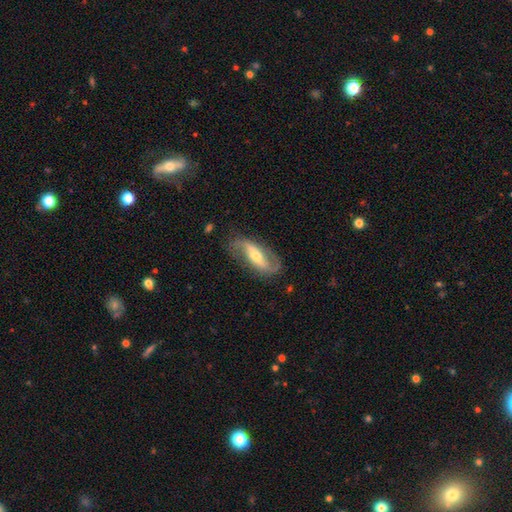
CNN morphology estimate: A featured or disk galaxy (81%) with a strong bar (47%), 2 (88%) loose (55%) spiral arms (92%) and a moderate central bulge (58%). Merging: none (73%).